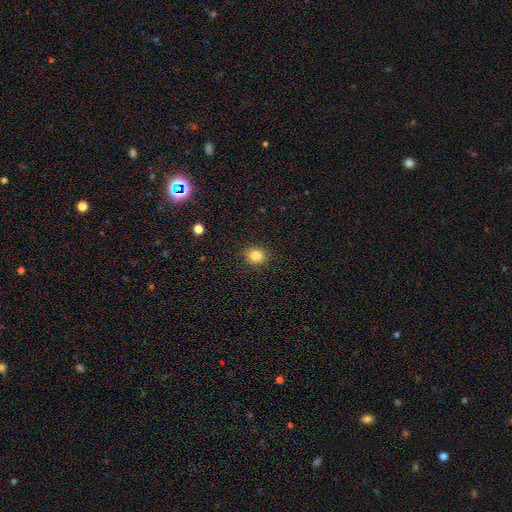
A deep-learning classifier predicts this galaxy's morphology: This is clearly a smooth galaxy (83%). How rounded: likely round (70%). Merging: clearly none (89%).